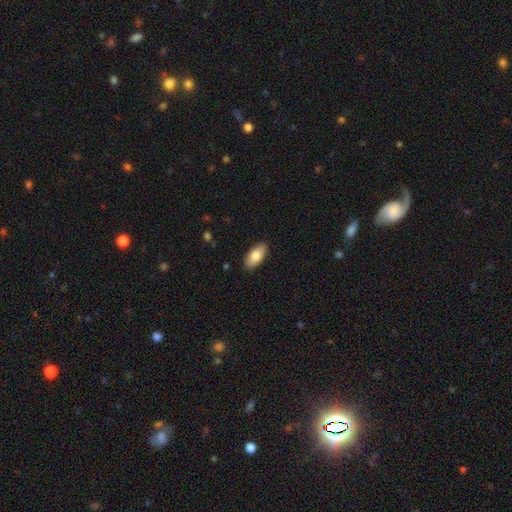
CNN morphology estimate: Smooth or featured?
  - smooth: 80% *
  - featured or disk: 14%
  - star or artifact: 6%
How rounded?
  - in between: 91% *
  - cigar-shaped: 7%
  - round: 2%
Merging?
  - none: 88% *
  - minor disturbance: 9%
  - major disturbance: 2%
  - merger: 1%